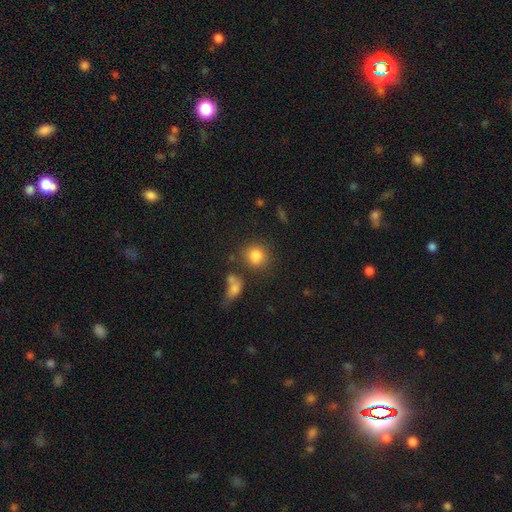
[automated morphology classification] smooth 84%, star or artifact 10%, featured or disk 6%. Down the decision tree: how rounded — round (82%); merging — none (73%).